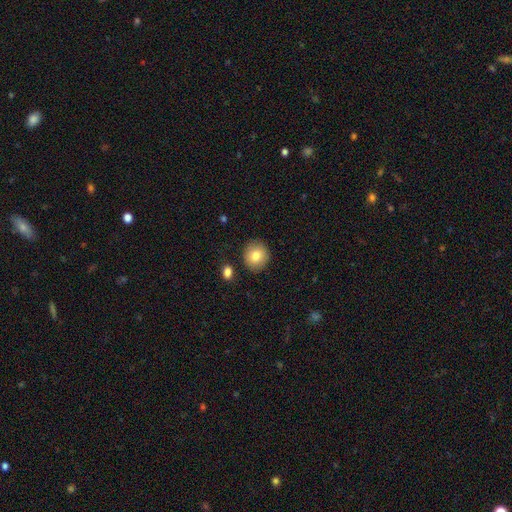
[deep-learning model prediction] Overall: smooth (81%). How rounded: round (82%). Merging: none (87%).